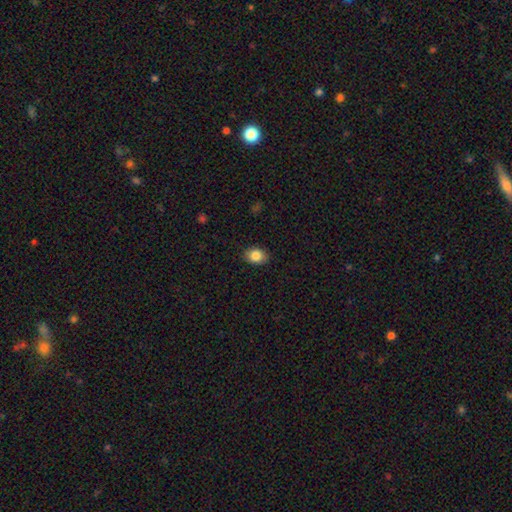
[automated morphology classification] Smooth or featured? Predicted: smooth (p=0.85). How rounded? Predicted: in between (p=0.66). Merging? Predicted: none (p=0.88).